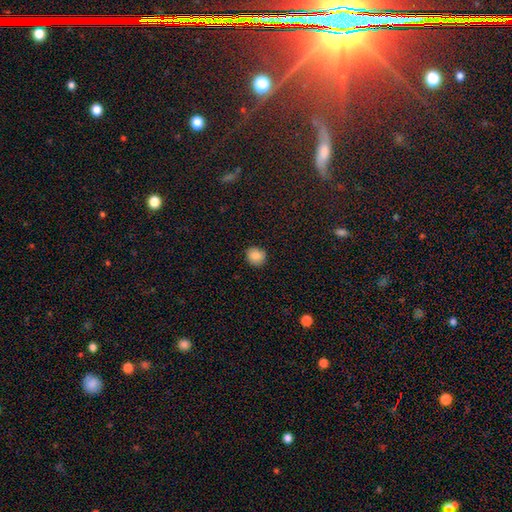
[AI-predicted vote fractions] This appears to be a smooth galaxy with no disk features (87%) that is round (82%). Merging: none (89%).